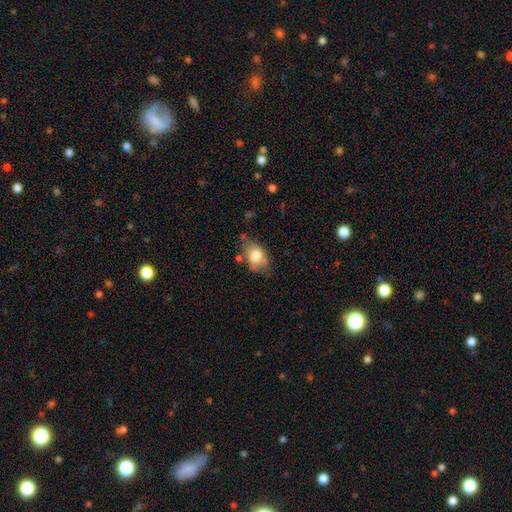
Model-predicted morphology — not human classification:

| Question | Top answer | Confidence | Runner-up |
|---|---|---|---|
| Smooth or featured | smooth | 76% | featured or disk (16%) |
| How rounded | in between | 81% | round (17%) |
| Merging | none | 55% | minor disturbance (29%) |